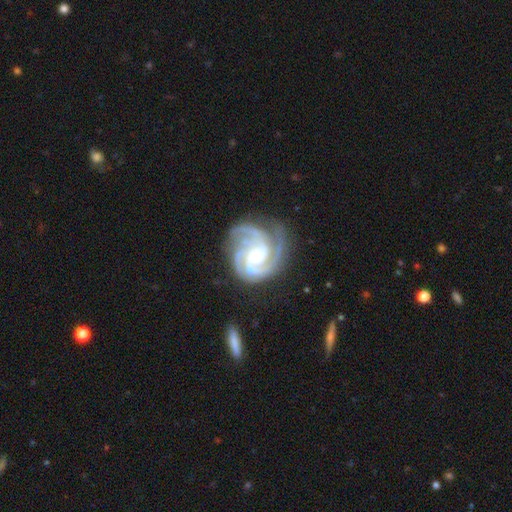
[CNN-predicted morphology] type=featured or disk (91%); edge-on=no (98%); bar=weak (44%); spiral arms=yes (98%); winding=tight (59%); arm count=3 (52%); bulge=small (45%); merging=none (67%).